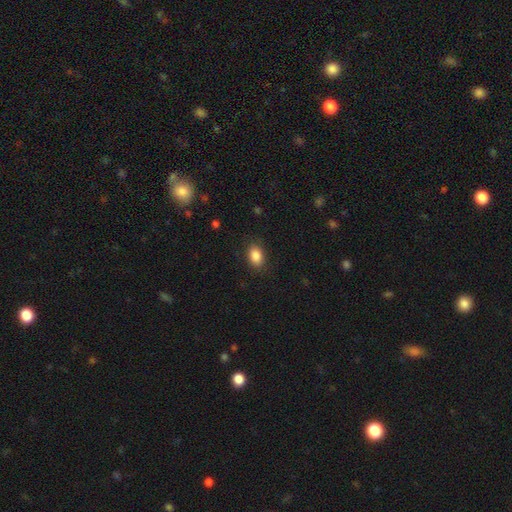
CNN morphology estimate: Q: Smooth or featured?
A: smooth (87%); runner-up: star or artifact (8%)
Q: How rounded?
A: in between (84%); runner-up: round (15%)
Q: Merging?
A: none (86%); runner-up: minor disturbance (10%)